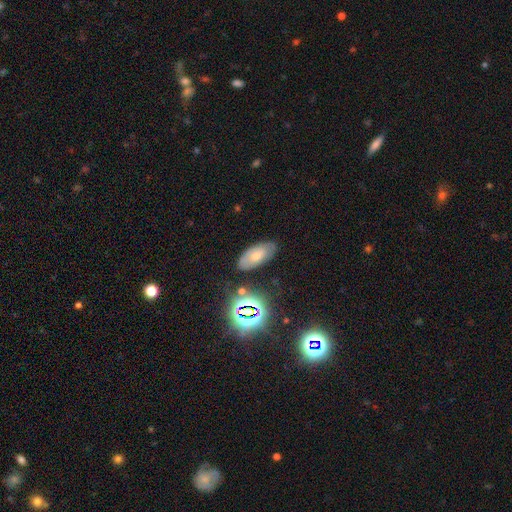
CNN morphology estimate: The model was most divided on "smooth or featured": smooth: 42%, star or artifact: 31%, featured or disk: 27%. More confident: merging — none (81%).